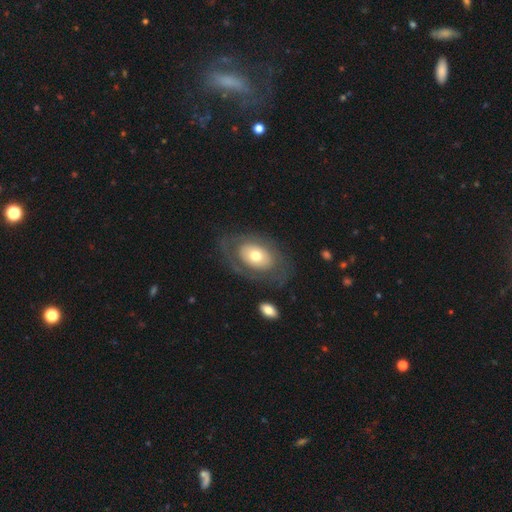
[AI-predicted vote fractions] A featured or disk galaxy (51%).

Vote fractions:
- Smooth or featured? featured or disk: 51% / smooth: 43% / star or artifact: 6%
- Edge-on disk? no: 92% / yes: 8%
- Merging? none: 71% / minor disturbance: 14% / major disturbance: 12% / merger: 2%